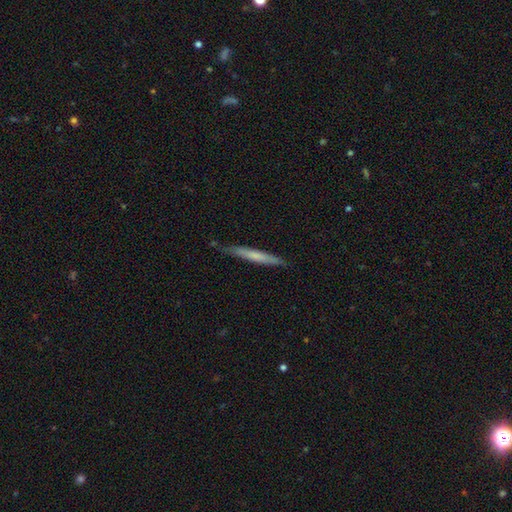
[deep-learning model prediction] Smooth or featured? Predicted: smooth (p=0.56). How rounded? Predicted: cigar-shaped (p=0.96). Merging? Predicted: none (p=0.84).